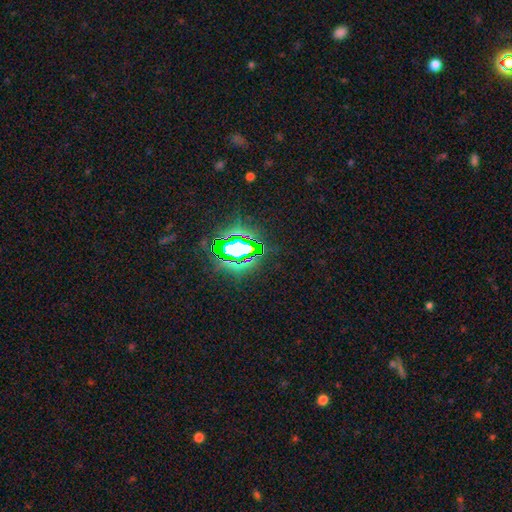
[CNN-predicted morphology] Smooth or featured? Predicted: star or artifact (p=0.81).